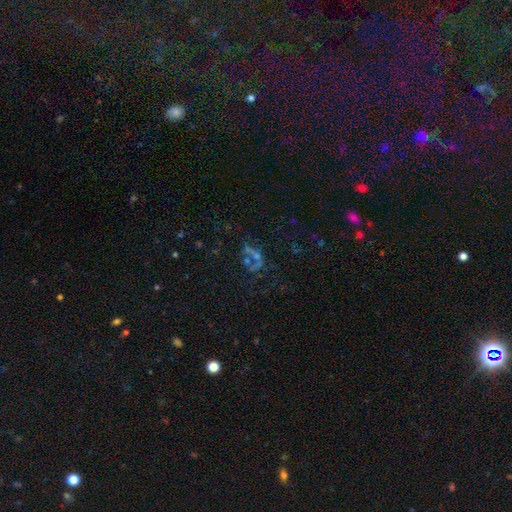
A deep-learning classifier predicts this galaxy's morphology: smooth-or-featured: featured or disk: 44% | star or artifact: 37% | smooth: 19%
  merging: none: 38% | major disturbance: 27% | merger: 24% | minor disturbance: 12%